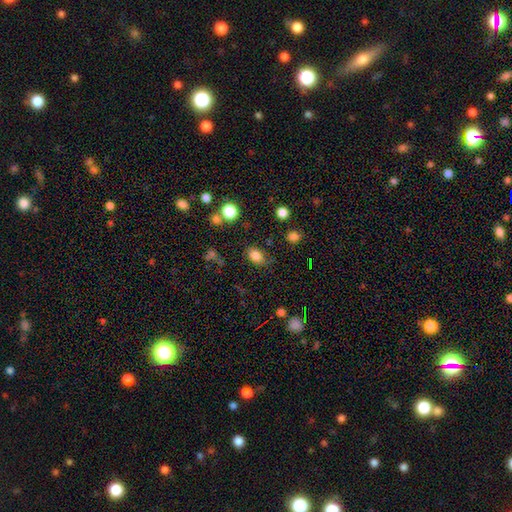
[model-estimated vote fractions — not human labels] This is clearly a smooth galaxy (82%). How rounded: clearly in between (81%). Merging: likely none (74%).